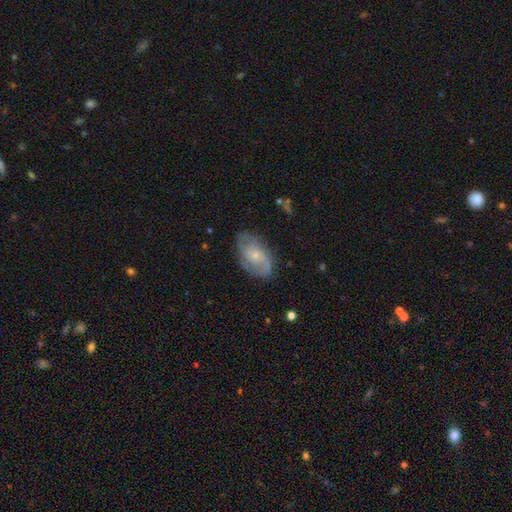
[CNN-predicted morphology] Overall: featured or disk (65%; smooth 29%). Edge-on disk: no (96%). Bar: no (74%). Spiral arms: yes (84%). Spiral arm count: 2 (53%; can't tell 28%). Spiral winding: medium (43%; tight 38%). Bulge size: small (69%). Merging: none (70%).